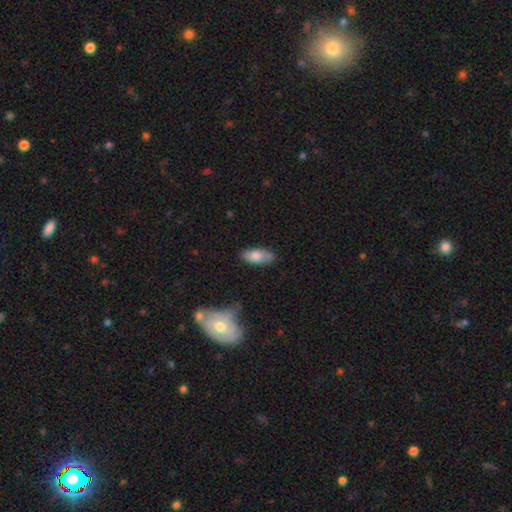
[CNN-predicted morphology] smooth_or_featured: smooth (p=0.76) [alt: featured or disk p=0.17]
how_rounded: in between (p=0.84) [alt: cigar-shaped p=0.13]
merging: none (p=0.78) [alt: minor disturbance p=0.17]